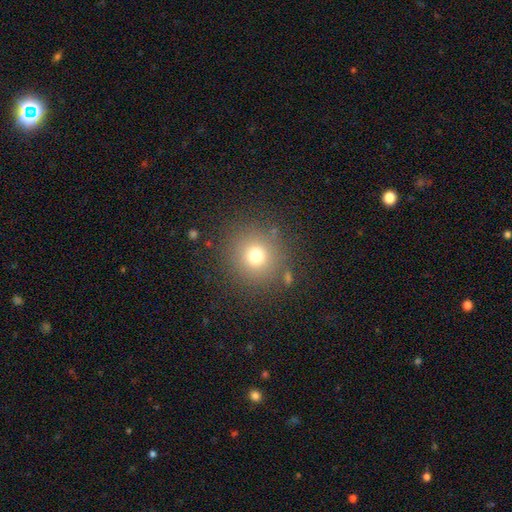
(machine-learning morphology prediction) The model was most divided on "smooth or featured": smooth: 73%, star or artifact: 17%, featured or disk: 10%. More confident: how rounded — round (93%); merging — none (85%).